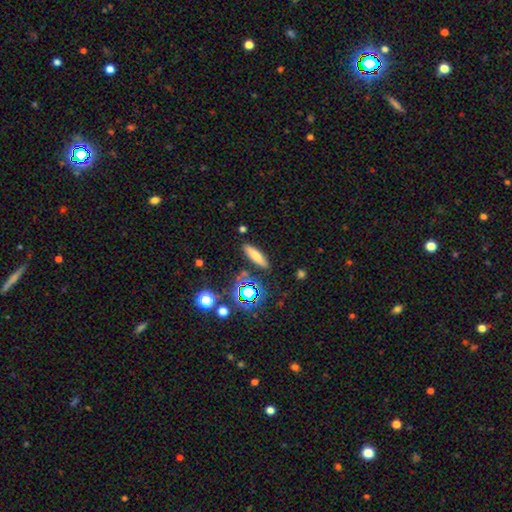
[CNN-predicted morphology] A smooth galaxy with no disk features (68%) that is cigar-shaped (62%). Merging: none (84%).